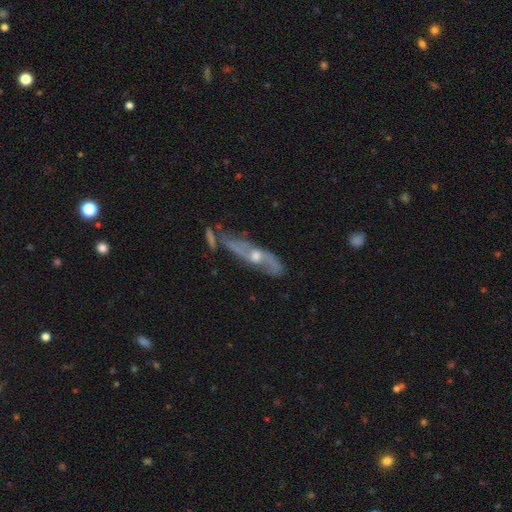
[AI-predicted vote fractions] featured or disk 76%, smooth 17%, star or artifact 7%. Down the decision tree: edge-on disk — no (64%); merging — none (52%).